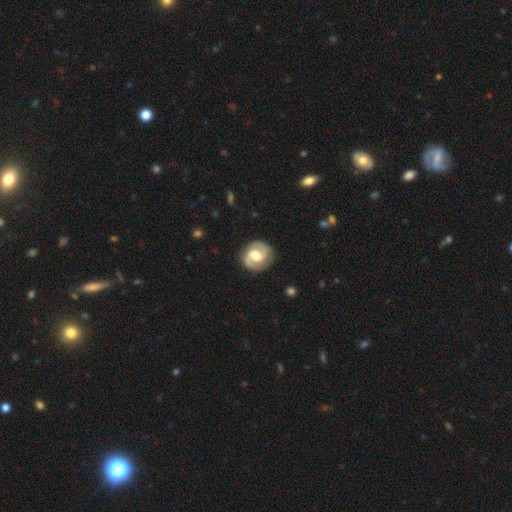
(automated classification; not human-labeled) Smooth or featured: featured or disk — 76% (smooth — 19%)
Edge-on disk: no — 98% (yes — 2%)
Bar: weak — 52% (no — 28%)
Spiral arms: yes — 91% (no — 9%)
Spiral winding: medium — 48% (tight — 31%)
Spiral arm count: 2 — 89% (can't tell — 5%)
Bulge size: moderate — 58% (large — 28%)
Merging: none — 83% (minor disturbance — 12%)